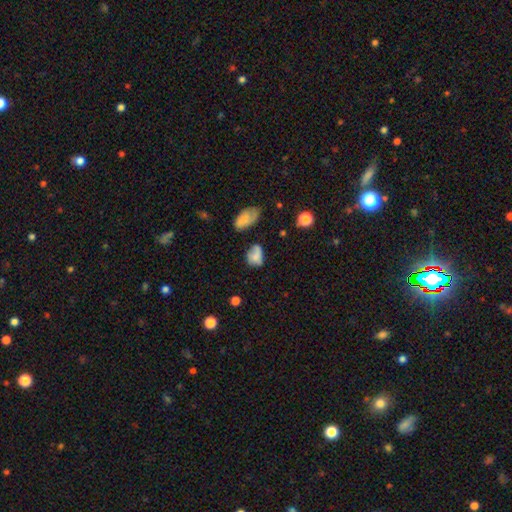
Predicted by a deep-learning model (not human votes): This appears to be a smooth galaxy with no disk features (74%) that is in between round and cigar-shaped (67%). Merging: none (44%).